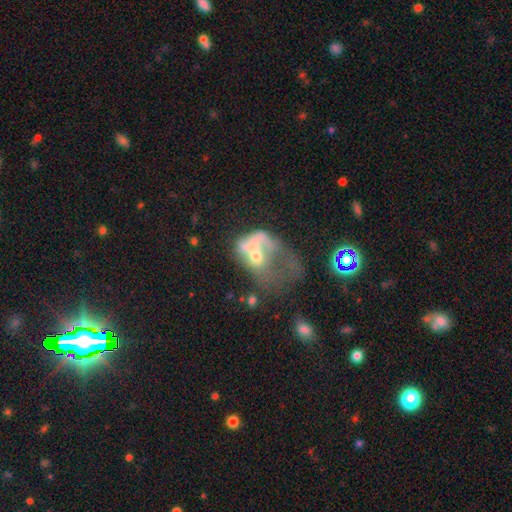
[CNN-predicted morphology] Smooth or featured: featured or disk — 53% (smooth — 32%)
Edge-on disk: no — 96% (yes — 4%)
Bar: no — 79% (weak — 16%)
Spiral arms: no — 76% (yes — 24%)
Bulge size: small — 40% (moderate — 37%)
Merging: major disturbance — 54% (merger — 24%)